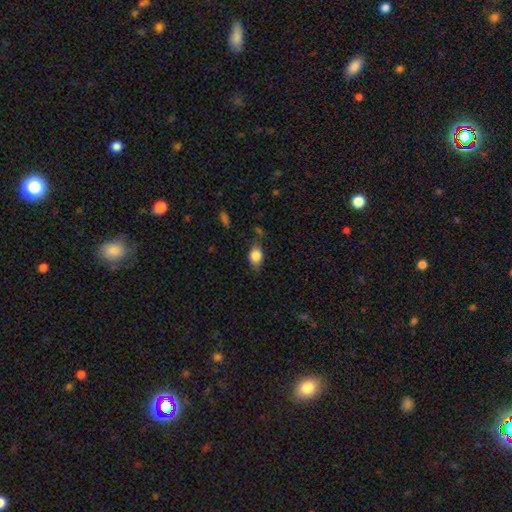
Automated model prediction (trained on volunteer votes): A smooth galaxy with no disk features (82%) that is in between round and cigar-shaped (67%).

Vote fractions:
- Smooth or featured? smooth: 82% / featured or disk: 9% / star or artifact: 9%
- How rounded? in between: 67% / round: 30% / cigar-shaped: 2%
- Merging? none: 62% / minor disturbance: 27% / major disturbance: 8% / merger: 3%